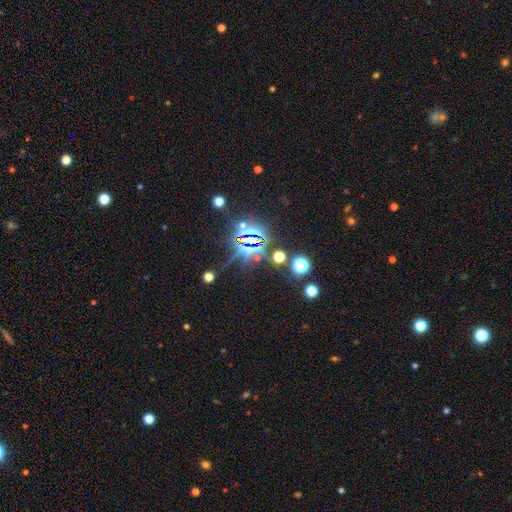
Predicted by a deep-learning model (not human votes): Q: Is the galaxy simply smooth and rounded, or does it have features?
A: star or artifact — 82%.